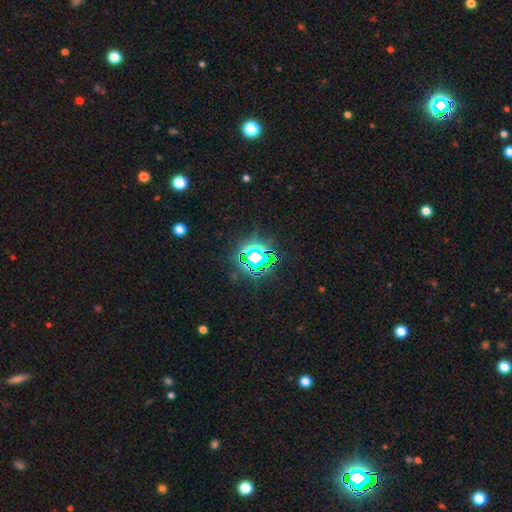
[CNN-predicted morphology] Q: Smooth or featured?
A: star or artifact (74%); runner-up: smooth (15%)